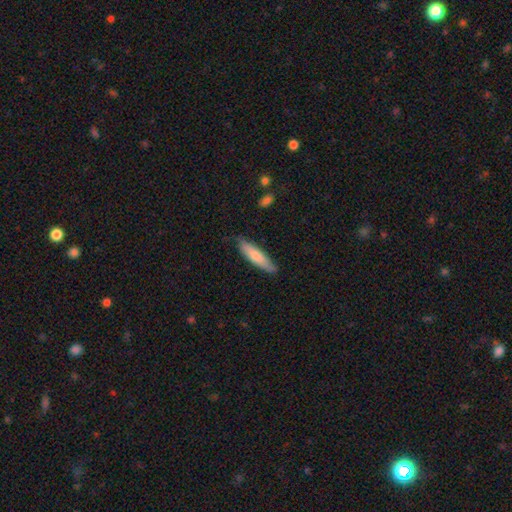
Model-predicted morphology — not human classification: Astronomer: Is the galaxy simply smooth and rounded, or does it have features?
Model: smooth — 75%.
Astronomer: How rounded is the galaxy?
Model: cigar-shaped — 77%.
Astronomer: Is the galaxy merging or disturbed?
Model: none — 78%.